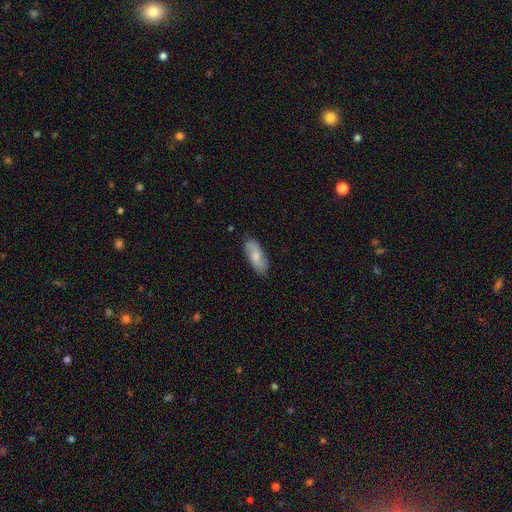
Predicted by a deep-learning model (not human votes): Smooth or featured? smooth (67%)
How rounded? in between (76%)
Merging? none (82%)